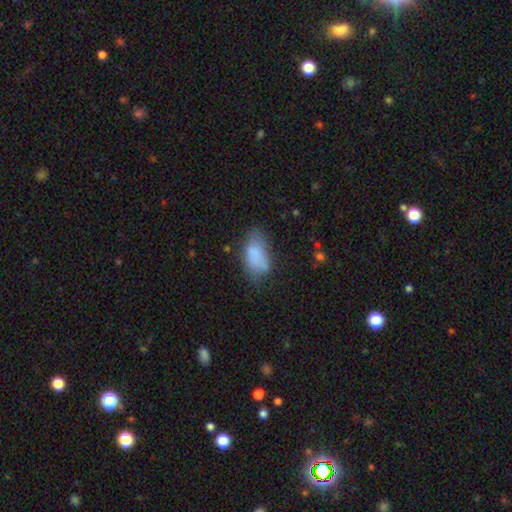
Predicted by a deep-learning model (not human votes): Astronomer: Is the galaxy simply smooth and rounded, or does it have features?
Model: smooth — 78%.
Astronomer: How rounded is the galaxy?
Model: in between — 92%.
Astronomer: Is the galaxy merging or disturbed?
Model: none — 45% (runner-up: minor disturbance, 33%).